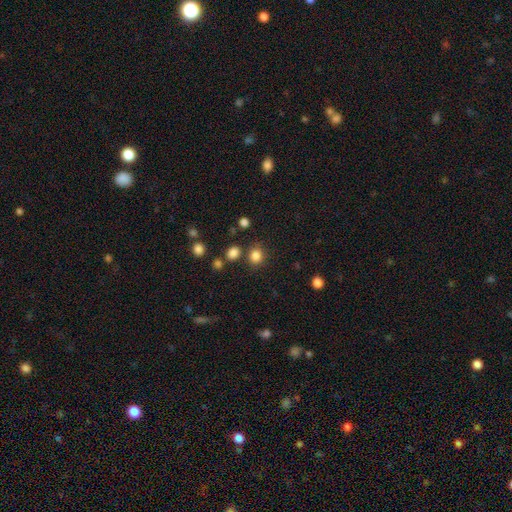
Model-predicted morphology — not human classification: Q: Smooth or featured?
A: smooth (83%); runner-up: star or artifact (13%)
Q: How rounded?
A: round (76%); runner-up: in between (23%)
Q: Merging?
A: none (79%); runner-up: minor disturbance (10%)